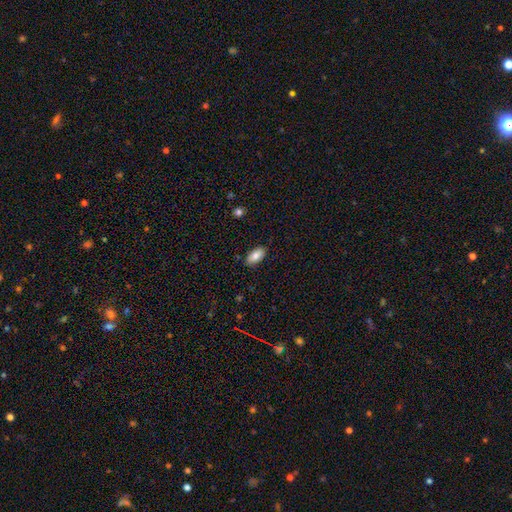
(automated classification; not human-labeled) Smooth or featured? smooth (84%)
How rounded? in between (92%)
Merging? none (88%)